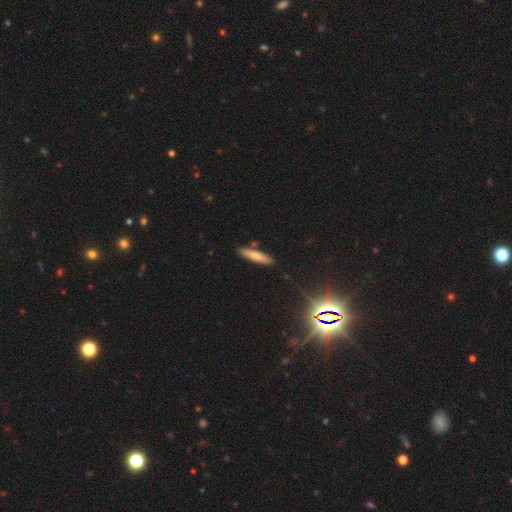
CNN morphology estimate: Q: Smooth or featured?
A: smooth (68%); runner-up: featured or disk (23%)
Q: How rounded?
A: cigar-shaped (86%); runner-up: in between (12%)
Q: Merging?
A: none (85%); runner-up: minor disturbance (9%)